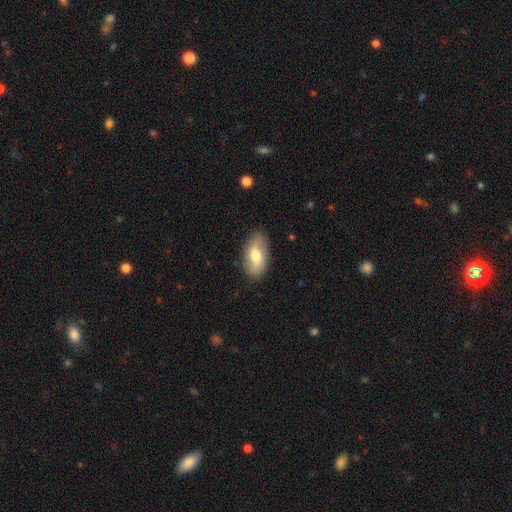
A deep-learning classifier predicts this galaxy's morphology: A smooth galaxy with no disk features (62%) that is in between round and cigar-shaped (92%).

Vote fractions:
- Smooth or featured? smooth: 62% / featured or disk: 32% / star or artifact: 6%
- How rounded? in between: 92% / cigar-shaped: 4% / round: 4%
- Merging? none: 83% / minor disturbance: 13% / major disturbance: 3% / merger: 1%